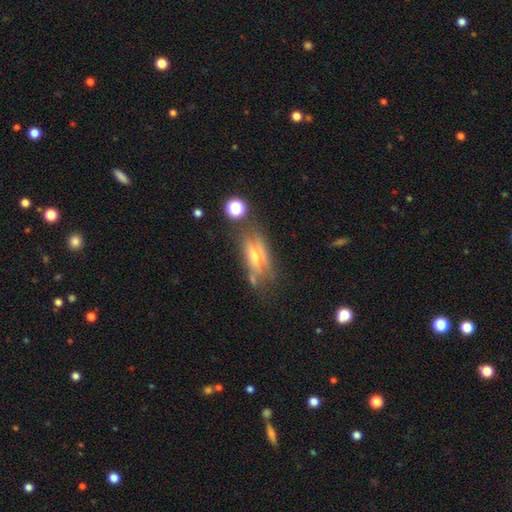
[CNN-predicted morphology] Overall: featured or disk (51%; smooth 37%). Edge-on disk: yes (52%; no 48%). Merging: none (51%; minor disturbance 24%).